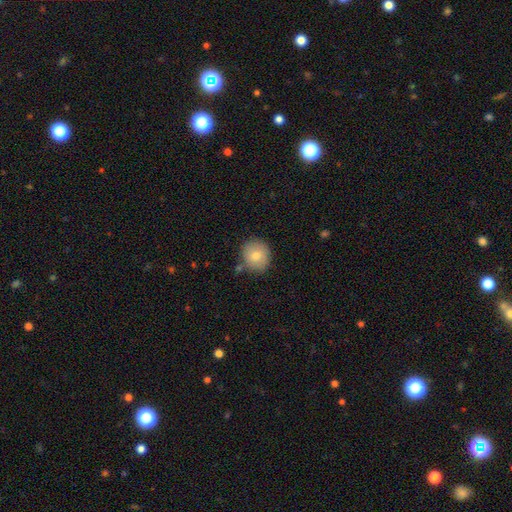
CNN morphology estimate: A smooth galaxy with no disk features (78%) that is round (89%).

Vote fractions:
- Smooth or featured? smooth: 78% / featured or disk: 13% / star or artifact: 9%
- How rounded? round: 89% / in between: 10% / cigar-shaped: 1%
- Merging? none: 80% / minor disturbance: 12% / merger: 5% / major disturbance: 3%